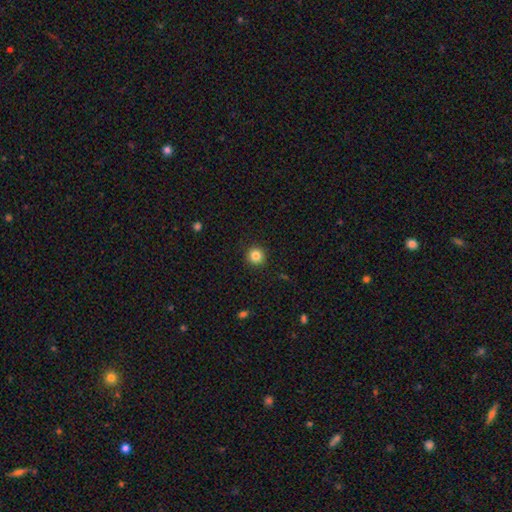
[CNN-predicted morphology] This appears to be a smooth galaxy with no disk features (84%) that is round (95%). Merging: none (92%).